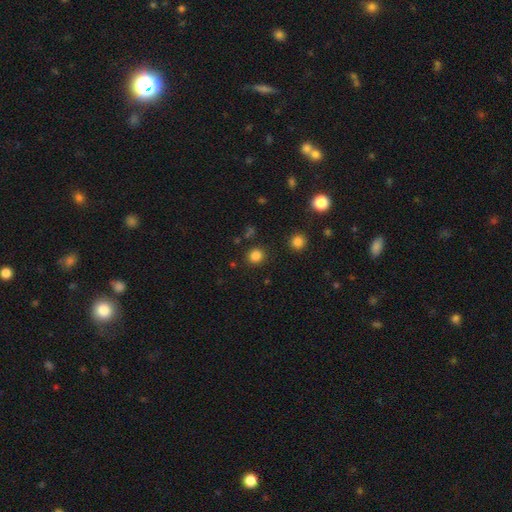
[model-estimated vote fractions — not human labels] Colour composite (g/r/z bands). It shows a smooth galaxy with no disk features (83%) that is round (88%). Merging: none (88%).